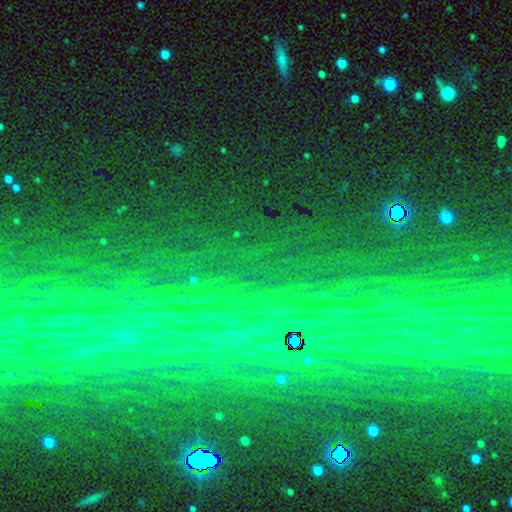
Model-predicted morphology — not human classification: A star or artifact, not a galaxy (82%).